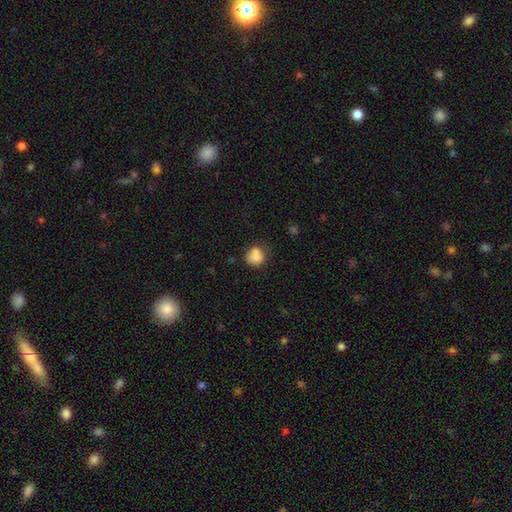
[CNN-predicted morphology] Smooth or featured: smooth — 82% (star or artifact — 10%)
How rounded: round — 69% (in between — 30%)
Merging: none — 54% (minor disturbance — 23%)